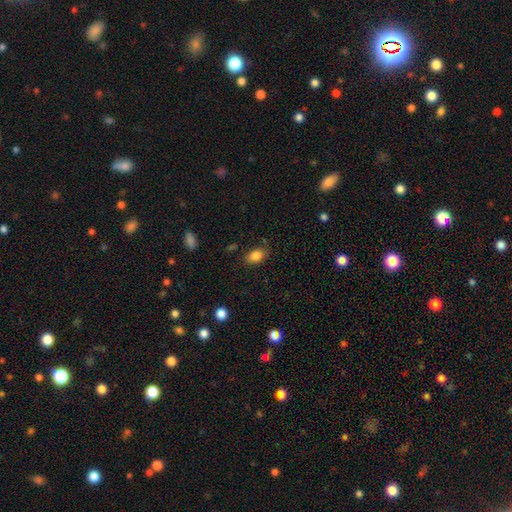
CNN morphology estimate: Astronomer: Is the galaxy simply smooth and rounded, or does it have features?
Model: smooth — 84%.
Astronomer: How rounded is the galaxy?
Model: in between — 85%.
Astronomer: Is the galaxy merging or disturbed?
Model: none — 79%.